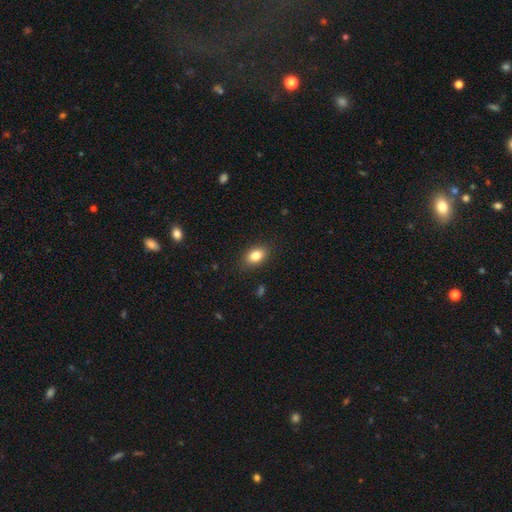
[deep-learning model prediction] Overall: smooth (82%). How rounded: in between (84%). Merging: none (87%).